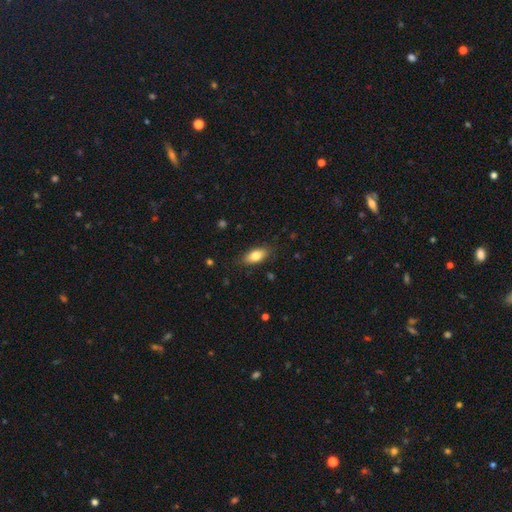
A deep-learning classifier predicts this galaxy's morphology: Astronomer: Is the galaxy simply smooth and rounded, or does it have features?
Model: smooth — 80%.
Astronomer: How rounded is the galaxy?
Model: in between — 88%.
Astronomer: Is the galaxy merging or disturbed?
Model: none — 83%.